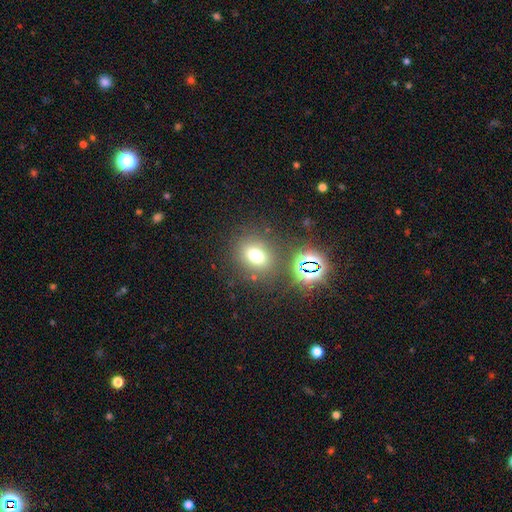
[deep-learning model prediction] The model was most divided on "how rounded": round: 52%, in between: 46%, cigar-shaped: 1%. More confident: merging — none (76%); smooth or featured — smooth (67%).